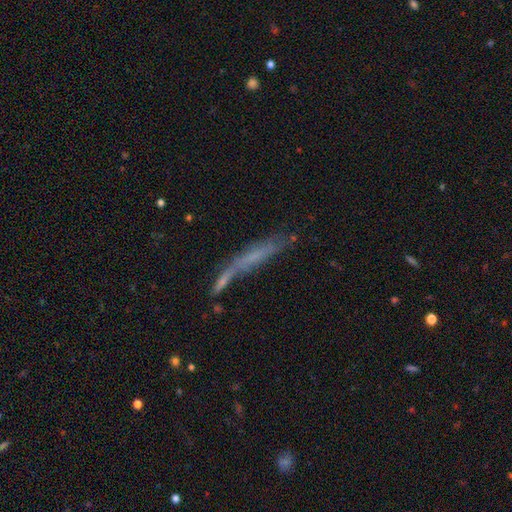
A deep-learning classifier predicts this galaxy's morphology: This is possibly a smooth galaxy (47%). Merging: marginally none (39%).